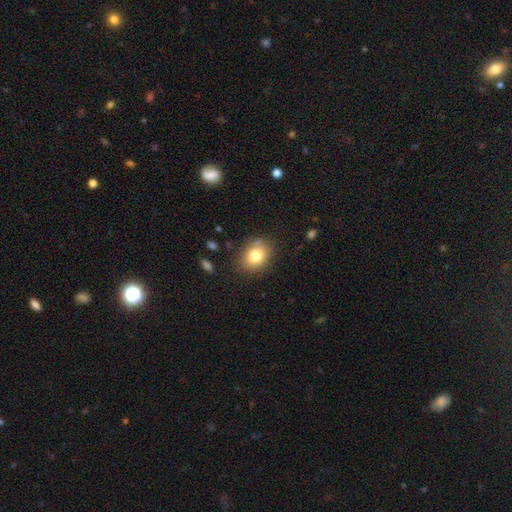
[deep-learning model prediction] Overall: smooth (78%). How rounded: in between (51%; round 48%). Merging: none (80%).